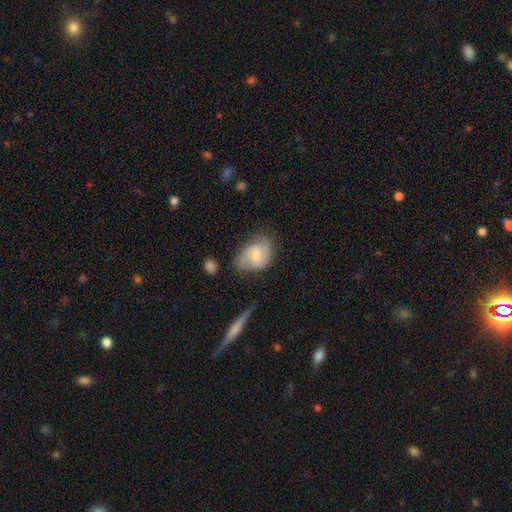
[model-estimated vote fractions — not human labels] A featured or disk galaxy (68%) with a weak bar (47%), 2 (77%) medium (50%) spiral arms (92%) and a moderate central bulge (49%). Merging: none (65%).